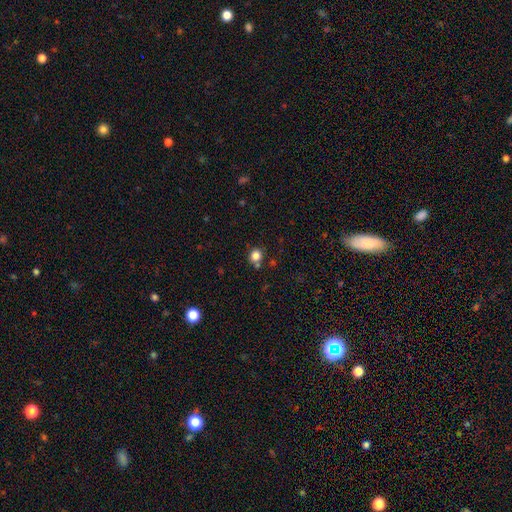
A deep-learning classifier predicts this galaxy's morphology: Smooth or featured?
  - smooth: 82% *
  - star or artifact: 13%
  - featured or disk: 5%
How rounded?
  - round: 85% *
  - in between: 14%
  - cigar-shaped: 1%
Merging?
  - none: 74% *
  - merger: 12%
  - minor disturbance: 11%
  - major disturbance: 3%